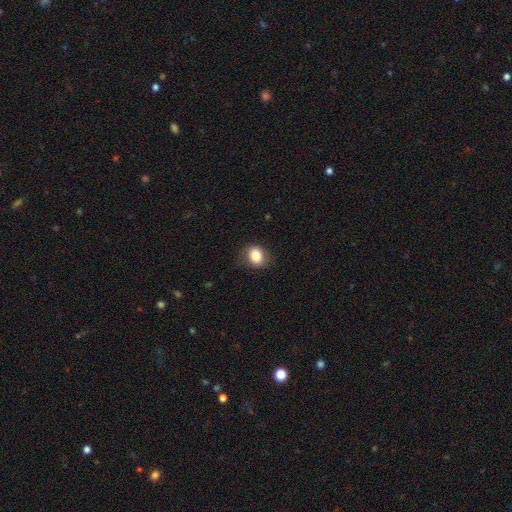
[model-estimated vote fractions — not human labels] A smooth galaxy with no disk features (82%) that is round (51%).

Vote fractions:
- Smooth or featured? smooth: 82% / featured or disk: 9% / star or artifact: 9%
- How rounded? round: 51% / in between: 48% / cigar-shaped: 1%
- Merging? none: 76% / minor disturbance: 18% / major disturbance: 5% / merger: 1%